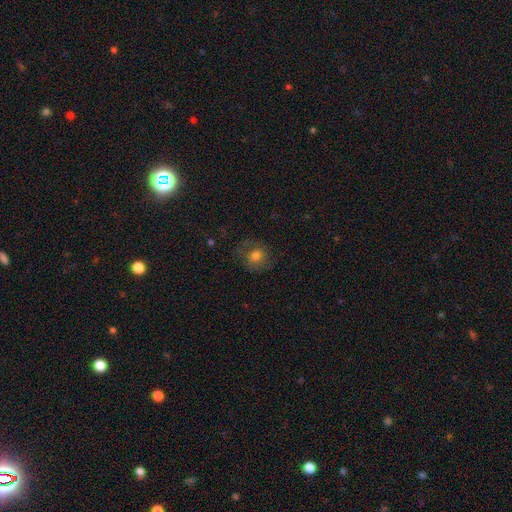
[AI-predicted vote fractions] Smooth or featured: smooth — 63% (featured or disk — 25%)
How rounded: round — 80% (in between — 19%)
Merging: none — 68% (minor disturbance — 18%)